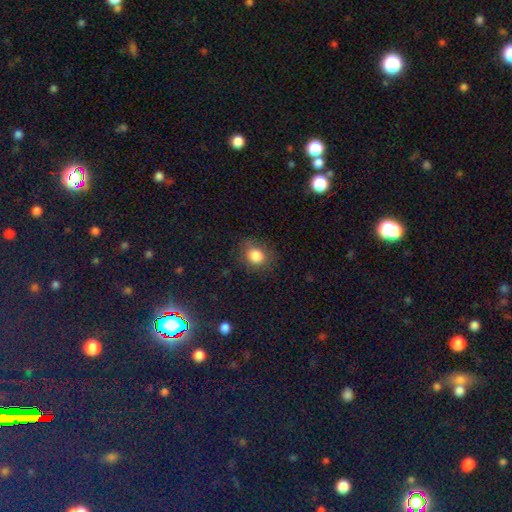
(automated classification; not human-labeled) Morphology: type=smooth (84%); roundness=round (72%); merging=none (81%).